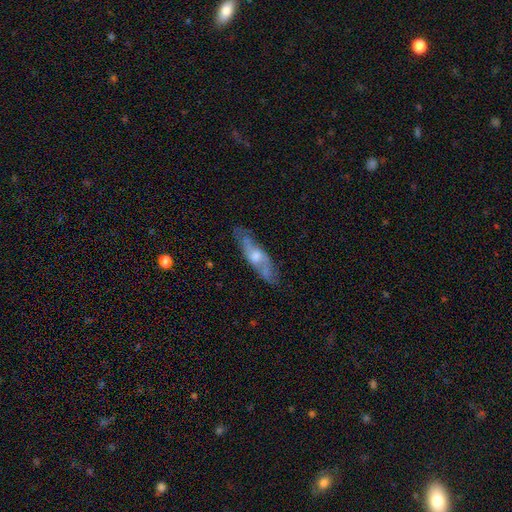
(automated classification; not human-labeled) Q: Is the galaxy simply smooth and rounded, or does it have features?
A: featured or disk — 66%.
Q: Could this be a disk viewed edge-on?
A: no — 57%.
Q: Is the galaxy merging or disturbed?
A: none — 76%.